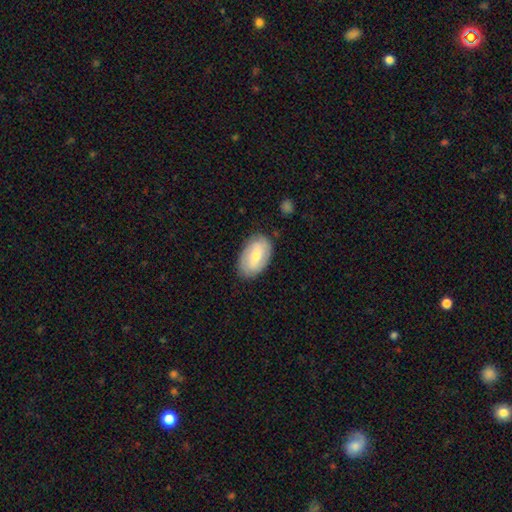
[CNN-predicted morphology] This appears to be a smooth galaxy with no disk features (49%). Merging: none (81%).